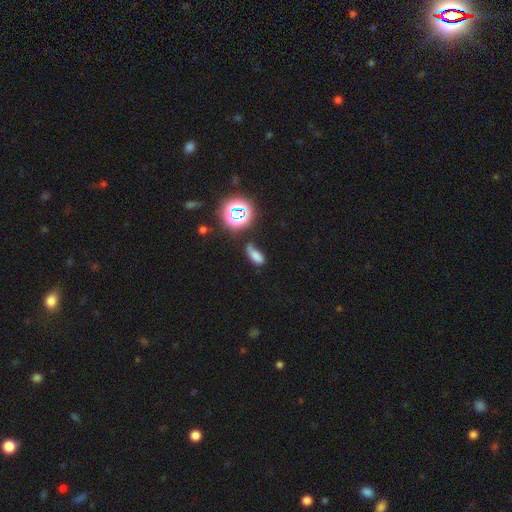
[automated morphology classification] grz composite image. It shows a smooth galaxy with no disk features (66%) that is in between round and cigar-shaped (82%). Merging: none (49%).